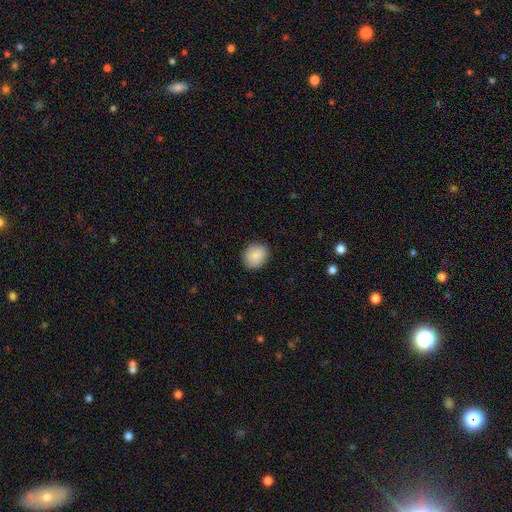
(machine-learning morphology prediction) This appears to be a smooth galaxy with no disk features (88%) that is round (64%). Merging: none (87%).